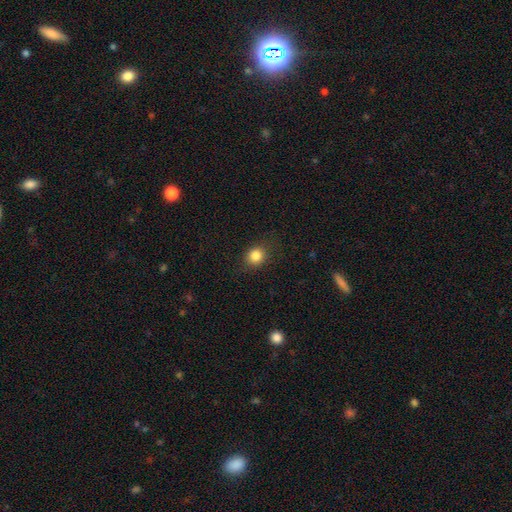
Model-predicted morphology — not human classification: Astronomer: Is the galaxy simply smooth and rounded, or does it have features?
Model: smooth — 84%.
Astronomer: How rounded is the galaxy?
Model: round — 72%.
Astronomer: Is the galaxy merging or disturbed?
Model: none — 83%.